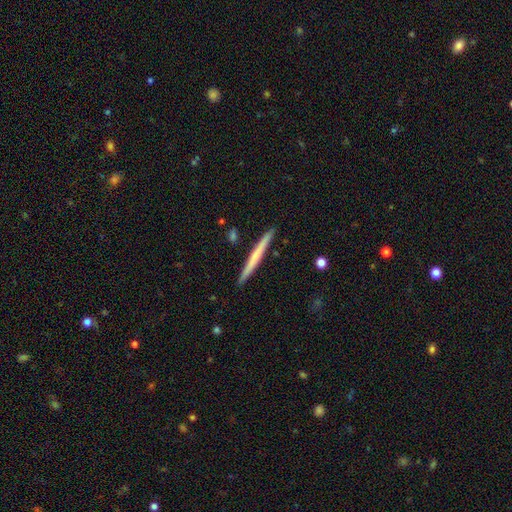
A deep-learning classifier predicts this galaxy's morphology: A smooth galaxy with no disk features (50%) that is cigar-shaped (97%).

Vote fractions:
- Smooth or featured? smooth: 50% / featured or disk: 45% / star or artifact: 5%
- How rounded? cigar-shaped: 97% / in between: 2% / round: 1%
- Merging? none: 91% / minor disturbance: 6% / merger: 2% / major disturbance: 1%